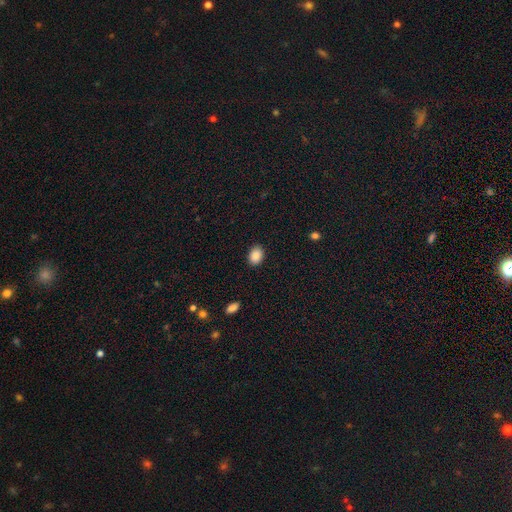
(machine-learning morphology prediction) This is clearly a smooth galaxy (89%). How rounded: likely in between (75%). Merging: clearly none (88%).